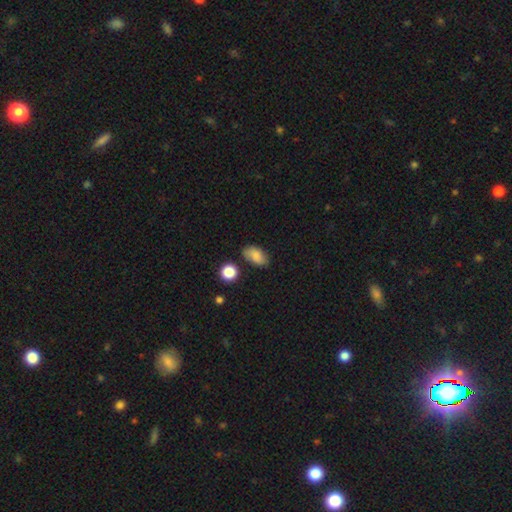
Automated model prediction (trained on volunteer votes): Q: Smooth or featured?
A: smooth (79%); runner-up: featured or disk (12%)
Q: How rounded?
A: in between (88%); runner-up: round (9%)
Q: Merging?
A: none (73%); runner-up: minor disturbance (19%)